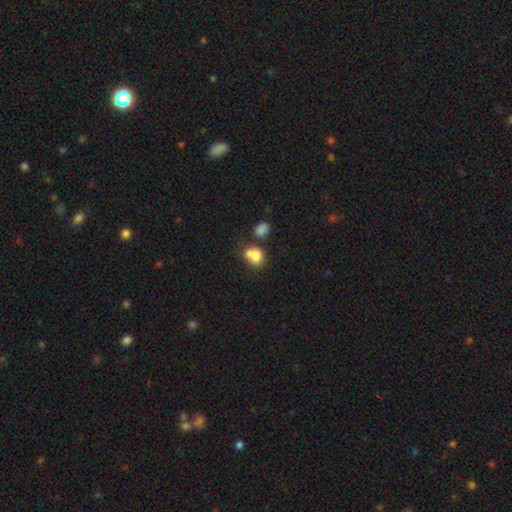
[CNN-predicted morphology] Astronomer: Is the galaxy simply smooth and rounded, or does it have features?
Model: smooth — 76%.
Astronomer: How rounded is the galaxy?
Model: in between — 52% (runner-up: round, 47%).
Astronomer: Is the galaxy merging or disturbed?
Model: merger — 54%.